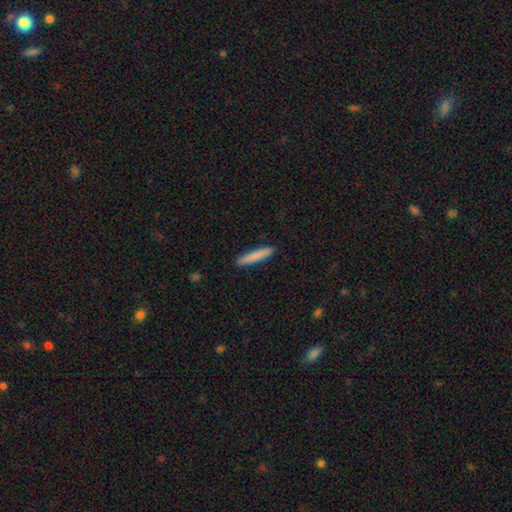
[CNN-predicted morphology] smooth-or-featured: smooth: 81% | featured or disk: 14% | star or artifact: 5%
  how-rounded: cigar-shaped: 94% | in between: 4% | round: 1%
  merging: none: 92% | minor disturbance: 6% | major disturbance: 1% | merger: 1%